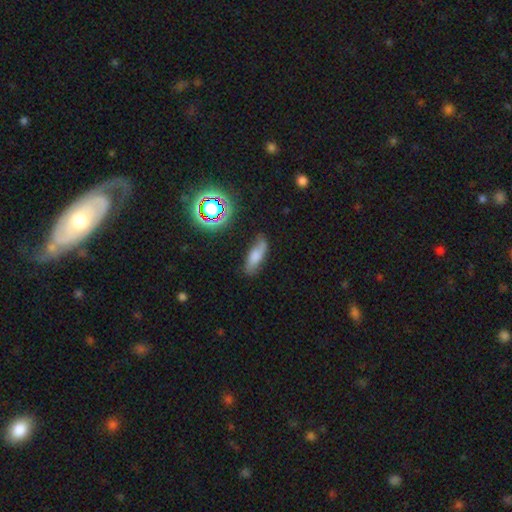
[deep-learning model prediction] Smooth or featured?
  - smooth: 64% *
  - featured or disk: 24%
  - star or artifact: 12%
How rounded?
  - in between: 59% *
  - cigar-shaped: 38%
  - round: 3%
Merging?
  - none: 68% *
  - minor disturbance: 23%
  - major disturbance: 6%
  - merger: 3%